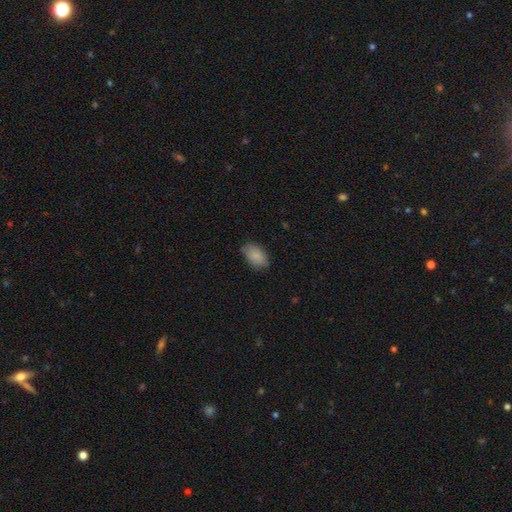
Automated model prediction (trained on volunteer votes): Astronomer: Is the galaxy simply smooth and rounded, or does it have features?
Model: smooth — 87%.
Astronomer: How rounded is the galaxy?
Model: in between — 92%.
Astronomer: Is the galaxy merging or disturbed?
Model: none — 74%.